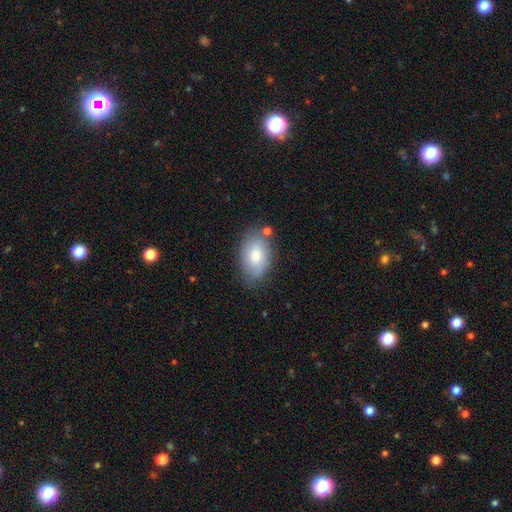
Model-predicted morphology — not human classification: This is likely a smooth galaxy (76%). How rounded: clearly in between (90%). Merging: likely none (73%).